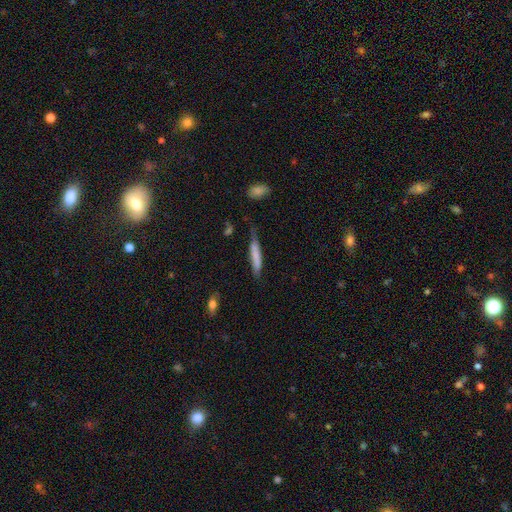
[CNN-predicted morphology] This appears to be a smooth galaxy with no disk features (71%) that is cigar-shaped (90%). Merging: none (60%).